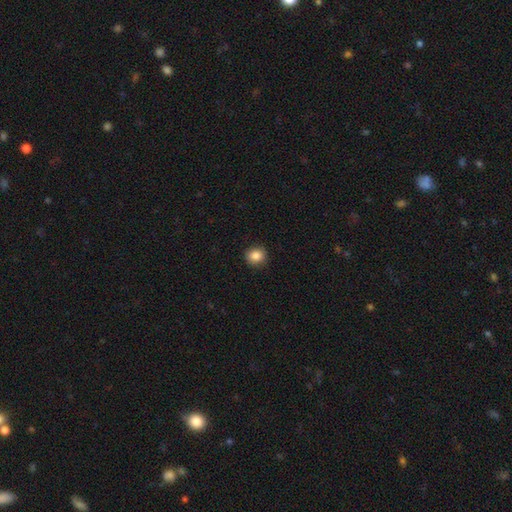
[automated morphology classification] Smooth or featured: smooth — 86% (star or artifact — 10%)
How rounded: round — 83% (in between — 16%)
Merging: none — 90% (minor disturbance — 7%)